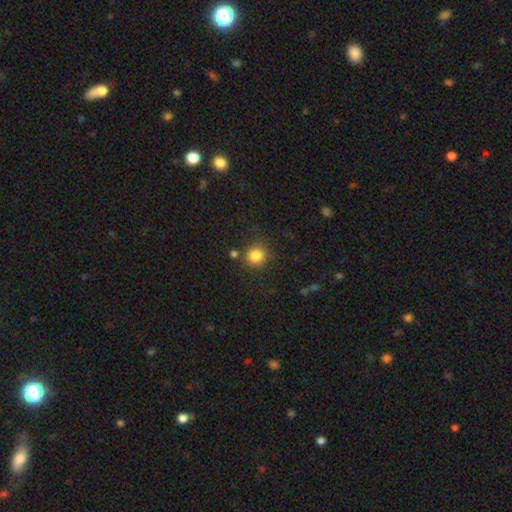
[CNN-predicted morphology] This is clearly a smooth galaxy (84%). How rounded: clearly round (88%). Merging: likely none (78%).